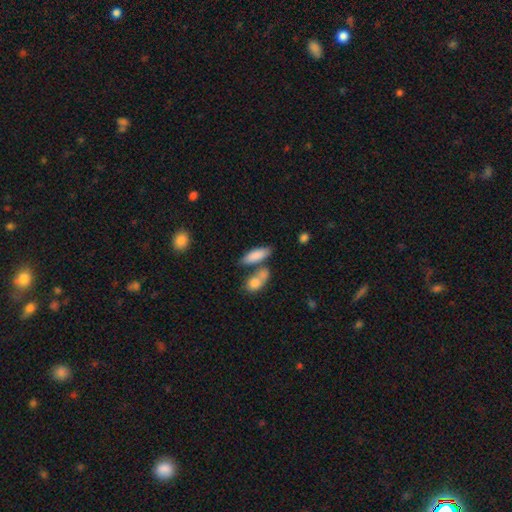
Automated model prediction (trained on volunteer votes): smooth-or-featured: smooth: 82% | featured or disk: 12% | star or artifact: 7%
  how-rounded: in between: 67% | cigar-shaped: 30% | round: 3%
  merging: none: 51% | merger: 31% | minor disturbance: 13% | major disturbance: 5%